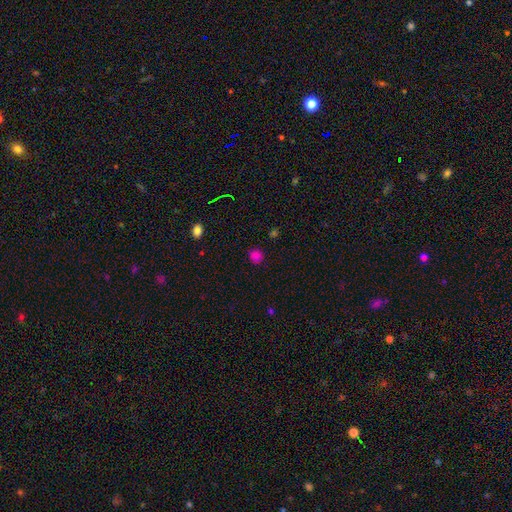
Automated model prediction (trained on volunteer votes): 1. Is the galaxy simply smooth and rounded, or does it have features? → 78% smooth, 18% star or artifact, 4% featured or disk.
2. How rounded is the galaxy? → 87% round, 12% in between, 1% cigar-shaped.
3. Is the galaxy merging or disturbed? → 86% none, 10% minor disturbance, 3% major disturbance, 2% merger.